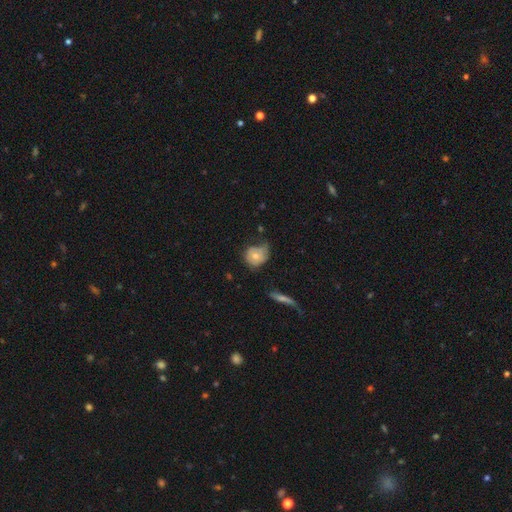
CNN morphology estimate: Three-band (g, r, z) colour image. It shows a smooth galaxy with no disk features (59%) that is round (65%). Merging: none (40%).